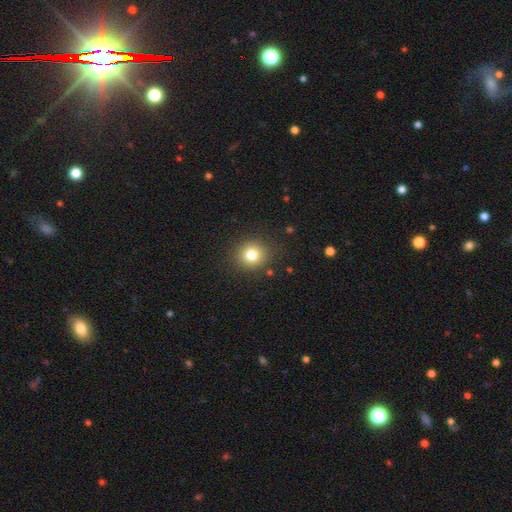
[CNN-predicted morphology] This is likely a smooth galaxy (79%). How rounded: clearly round (84%). Merging: clearly none (89%).